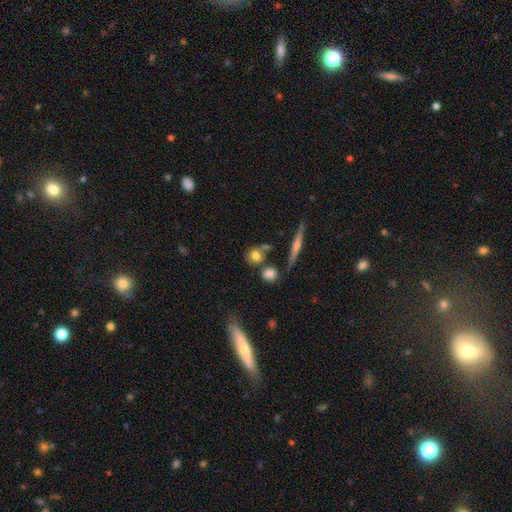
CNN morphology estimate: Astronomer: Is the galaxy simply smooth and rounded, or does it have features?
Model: smooth — 72%.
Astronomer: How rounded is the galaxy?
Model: round — 67%.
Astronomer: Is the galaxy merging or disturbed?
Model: none — 61%.